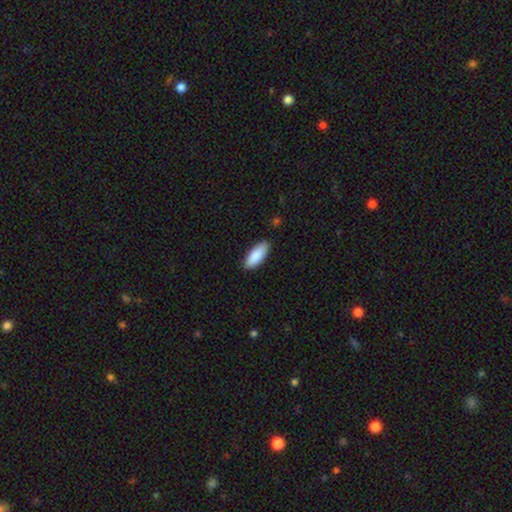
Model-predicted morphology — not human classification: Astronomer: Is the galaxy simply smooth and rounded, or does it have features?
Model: smooth — 89%.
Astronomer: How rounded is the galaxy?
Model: in between — 76%.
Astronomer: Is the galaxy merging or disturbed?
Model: none — 88%.